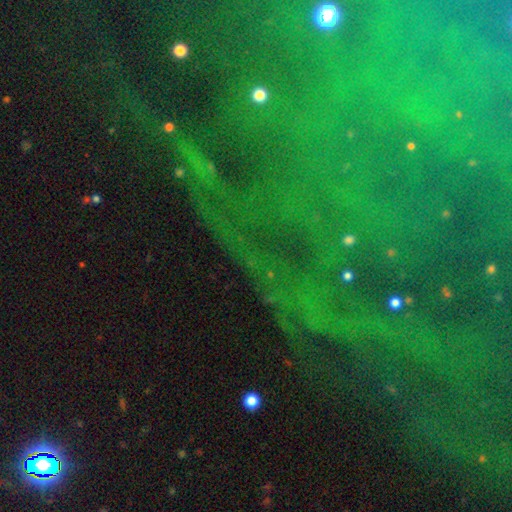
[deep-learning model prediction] Smooth or featured? star or artifact (80%)